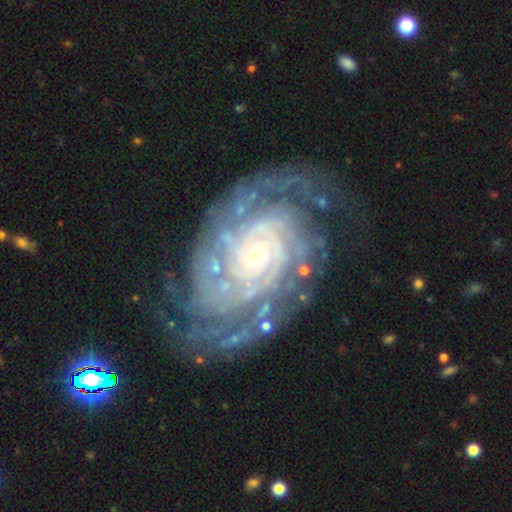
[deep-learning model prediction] The model was most divided on "spiral arm count": 2: 24%, can't tell: 21%, 3: 18%, 4: 17%, more than 4: 13%, 1: 7%. More confident: spiral arms — yes (98%); edge-on disk — no (97%); smooth or featured — featured or disk (91%); spiral winding — tight (75%); bar — no (74%); merging — none (72%); bulge size — small (67%).